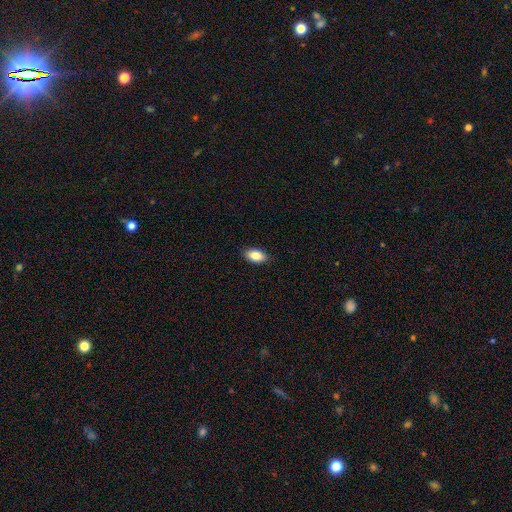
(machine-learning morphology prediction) smooth_or_featured: smooth (p=0.87) [alt: star or artifact p=0.07]
how_rounded: in between (p=0.92) [alt: round p=0.05]
merging: none (p=0.88) [alt: minor disturbance p=0.09]